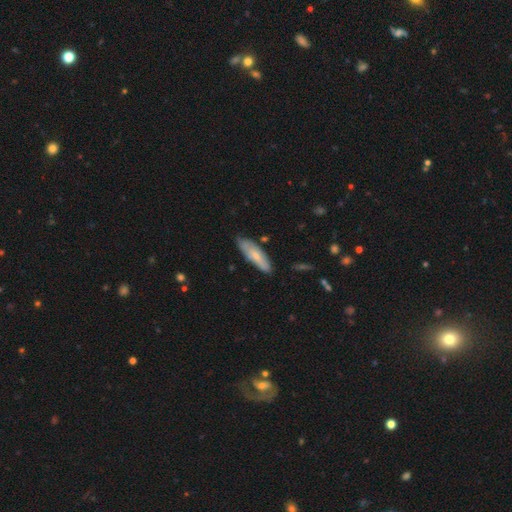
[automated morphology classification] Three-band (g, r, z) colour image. It shows a smooth galaxy with no disk features (60%) that is cigar-shaped (53%). Merging: none (76%).